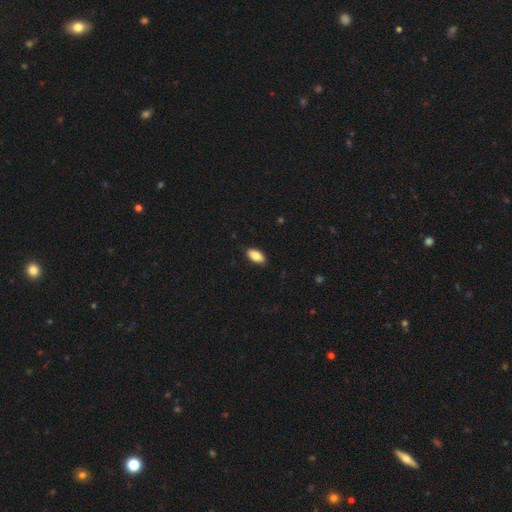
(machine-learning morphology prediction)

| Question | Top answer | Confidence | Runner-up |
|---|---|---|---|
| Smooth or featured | smooth | 85% | featured or disk (8%) |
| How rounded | in between | 92% | cigar-shaped (6%) |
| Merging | none | 87% | minor disturbance (10%) |